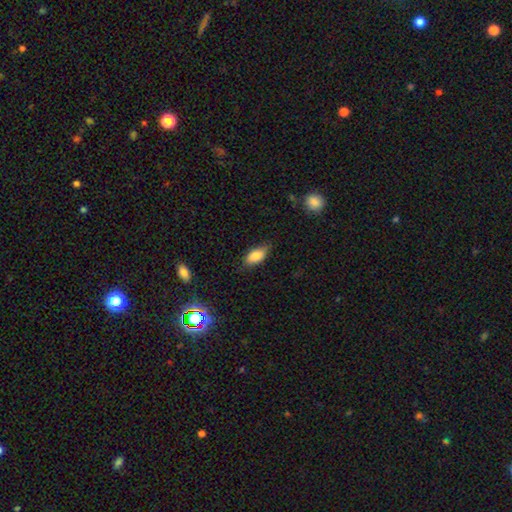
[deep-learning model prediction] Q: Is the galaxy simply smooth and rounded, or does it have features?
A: smooth — 82%.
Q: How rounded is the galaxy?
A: in between — 88%.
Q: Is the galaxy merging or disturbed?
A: none — 74%.